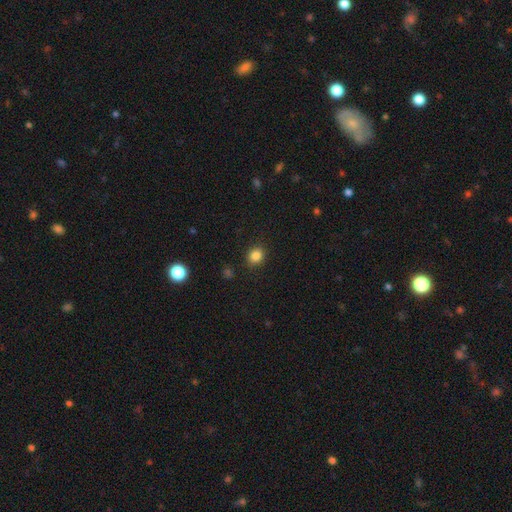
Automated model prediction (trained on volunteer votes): This is clearly a smooth galaxy (85%). How rounded: likely round (72%). Merging: clearly none (89%).